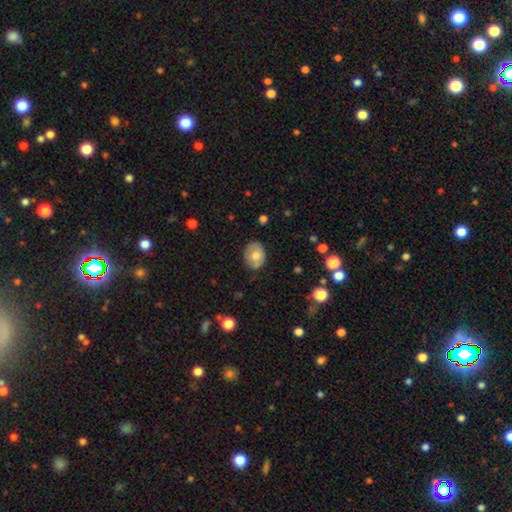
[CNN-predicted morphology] This appears to be a smooth galaxy with no disk features (72%) that is in between round and cigar-shaped (65%). Merging: none (76%).